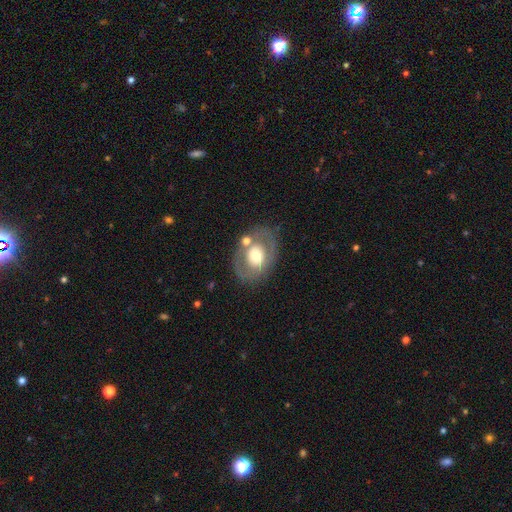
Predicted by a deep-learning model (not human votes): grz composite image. It shows a featured or disk galaxy (49%). Merging: none (67%).